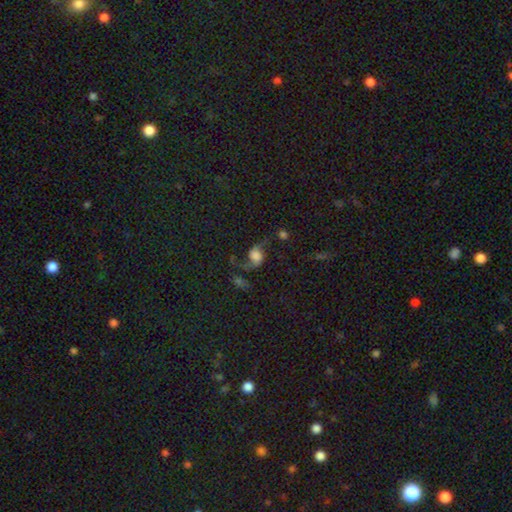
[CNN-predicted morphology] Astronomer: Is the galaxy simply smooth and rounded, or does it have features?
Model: featured or disk — 61%.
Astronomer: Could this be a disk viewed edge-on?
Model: no — 95%.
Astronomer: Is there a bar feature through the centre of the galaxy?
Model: no — 66%.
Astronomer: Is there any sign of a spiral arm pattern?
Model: yes — 90%.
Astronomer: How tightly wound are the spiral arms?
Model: loose — 85%.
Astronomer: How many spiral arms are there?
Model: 2 — 89%.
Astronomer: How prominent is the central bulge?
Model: large — 39% (runner-up: dominant, 21%).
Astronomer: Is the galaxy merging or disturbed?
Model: none — 50%.